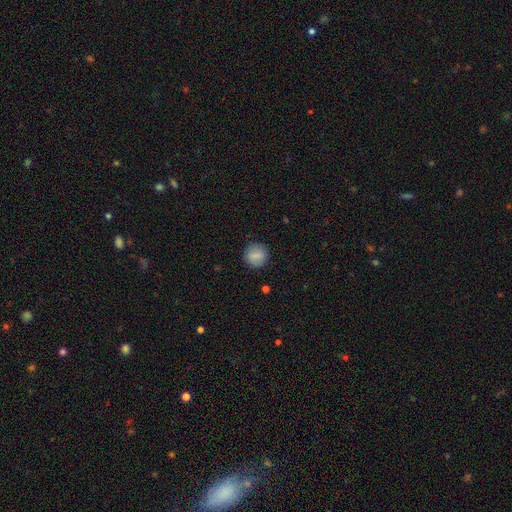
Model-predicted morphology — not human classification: A smooth galaxy with no disk features (83%) that is round (90%).

Vote fractions:
- Smooth or featured? smooth: 83% / featured or disk: 9% / star or artifact: 8%
- How rounded? round: 90% / in between: 9% / cigar-shaped: 1%
- Merging? none: 89% / minor disturbance: 8% / major disturbance: 3% / merger: 1%